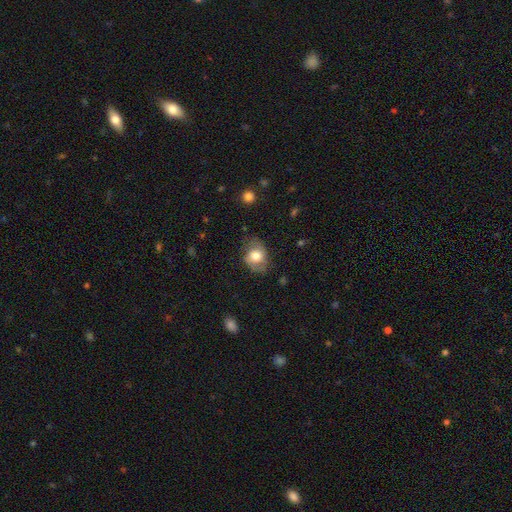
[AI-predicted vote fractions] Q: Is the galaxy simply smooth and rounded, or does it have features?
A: smooth — 65%.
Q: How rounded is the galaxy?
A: in between — 60%.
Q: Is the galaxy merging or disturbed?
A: none — 66%.